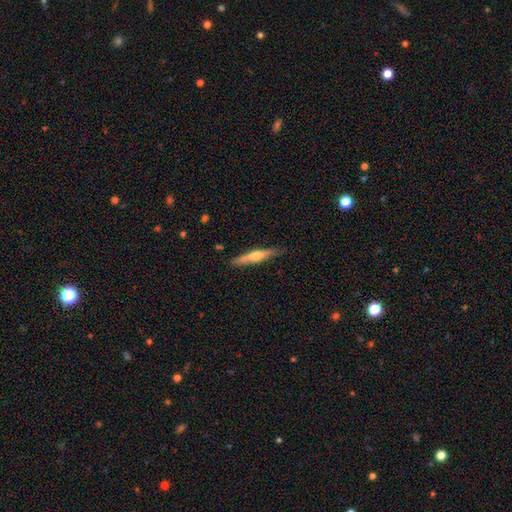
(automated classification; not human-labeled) Smooth or featured?
  - featured or disk: 54% *
  - smooth: 40%
  - star or artifact: 6%
Edge-on disk?
  - yes: 95% *
  - no: 5%
Edge-on bulge?
  - rounded: 86% *
  - none: 9%
  - boxy: 5%
Merging?
  - none: 87% *
  - minor disturbance: 10%
  - major disturbance: 2%
  - merger: 1%